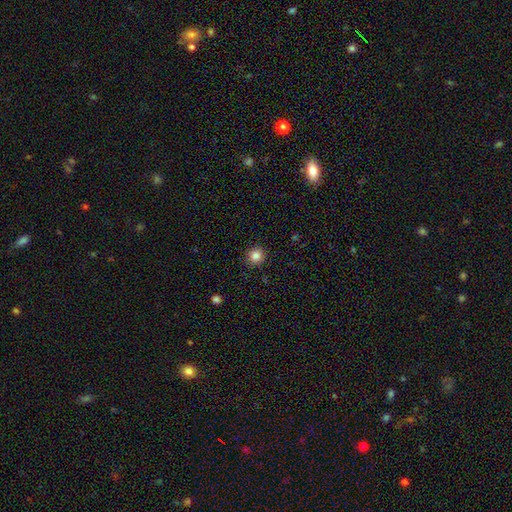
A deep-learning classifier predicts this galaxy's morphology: Overall: smooth (84%). How rounded: round (93%). Merging: none (91%).